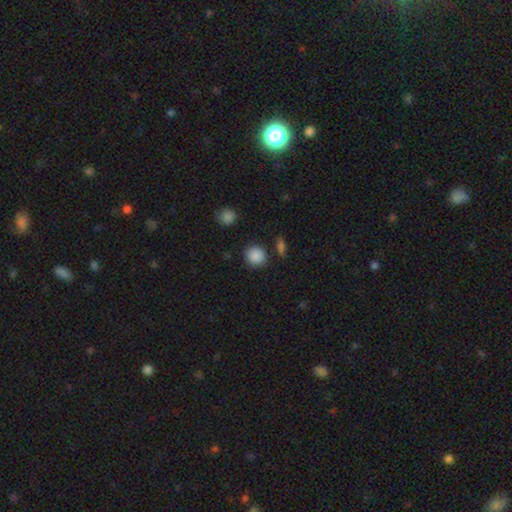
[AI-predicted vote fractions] smooth 87%, star or artifact 9%, featured or disk 3%. Down the decision tree: how rounded — round (87%); merging — none (85%).